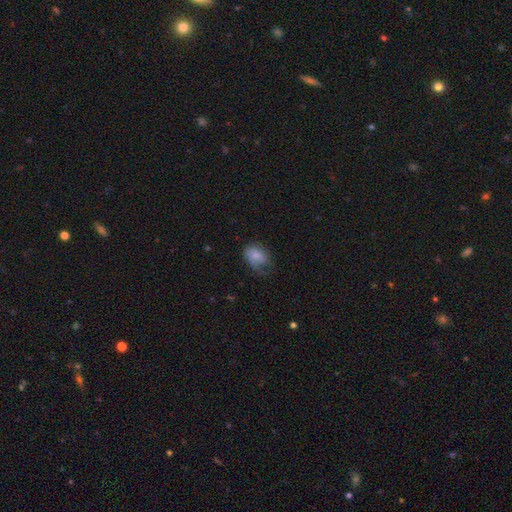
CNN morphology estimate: A smooth galaxy with no disk features (73%) that is in between round and cigar-shaped (73%). Merging: none (40%).